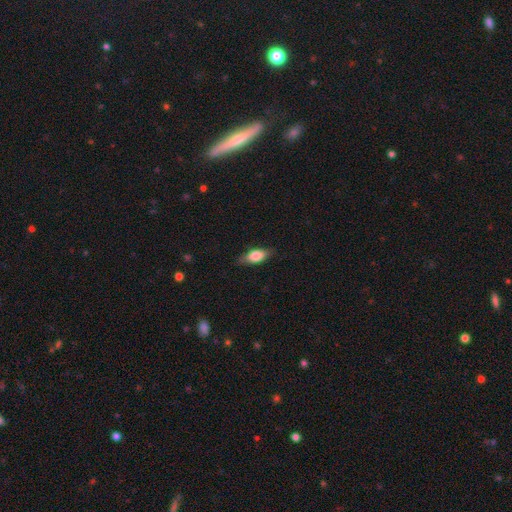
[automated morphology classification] Smooth or featured: smooth — 69% (featured or disk — 25%)
How rounded: in between — 78% (cigar-shaped — 17%)
Merging: none — 79% (minor disturbance — 17%)